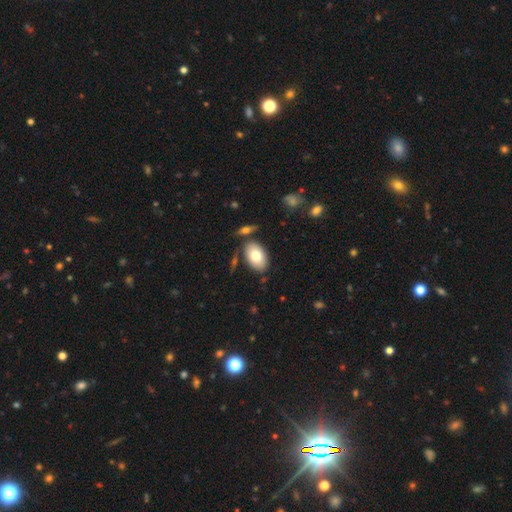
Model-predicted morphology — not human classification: Smooth or featured? smooth (79%)
How rounded? in between (92%)
Merging? none (77%)